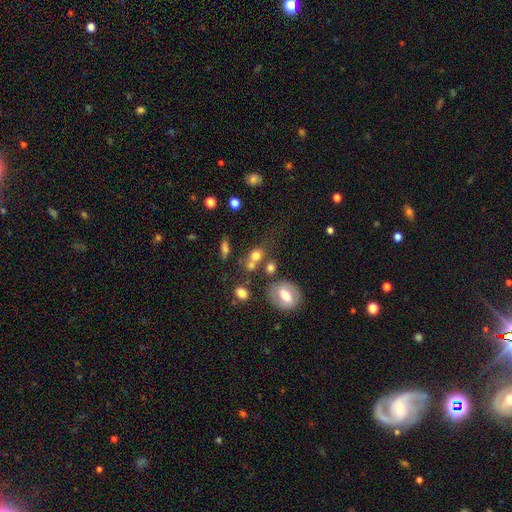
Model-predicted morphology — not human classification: Smooth or featured: smooth — 71% (featured or disk — 15%)
How rounded: round — 59% (in between — 39%)
Merging: none — 44% (merger — 35%)